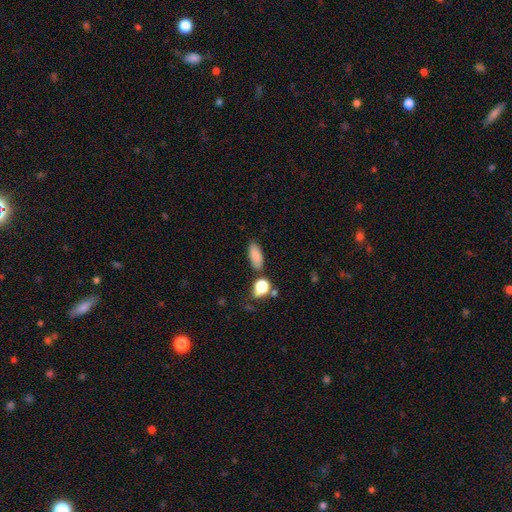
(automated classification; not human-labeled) smooth 85%, star or artifact 10%, featured or disk 6%. Down the decision tree: how rounded — in between (80%); merging — none (78%).